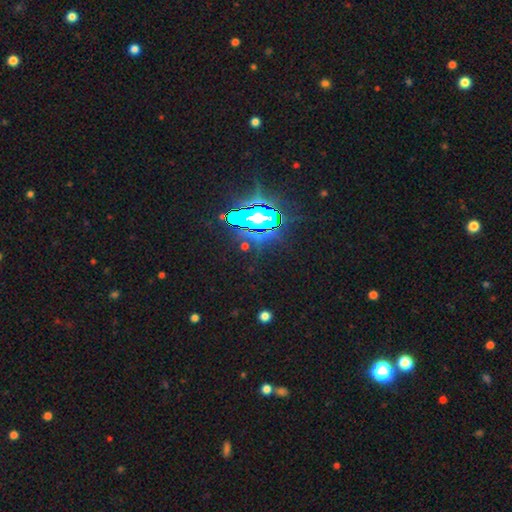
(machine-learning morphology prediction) This appears to be a star or artifact, not a galaxy (82%).